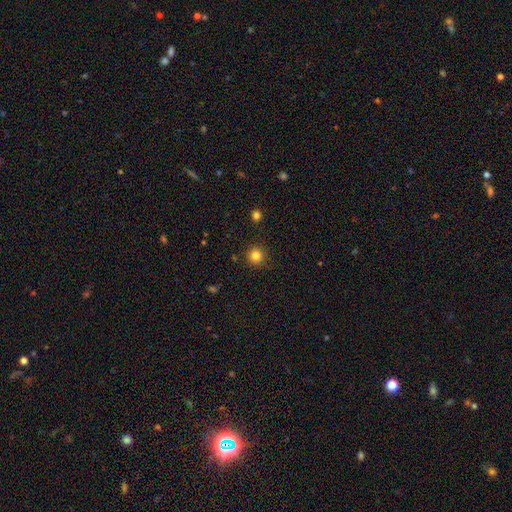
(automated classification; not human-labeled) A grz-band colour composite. It shows a smooth galaxy with no disk features (83%) that is round (95%). Merging: none (90%).